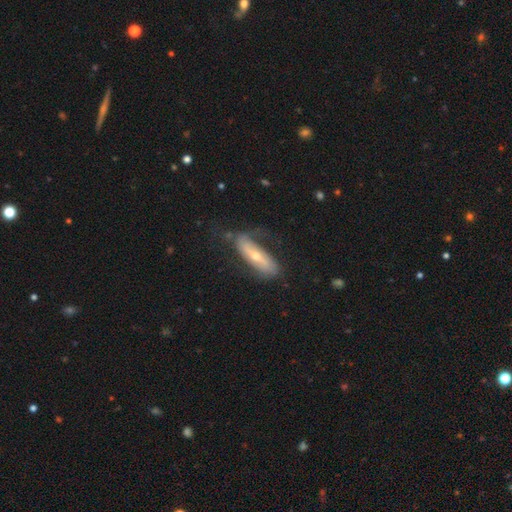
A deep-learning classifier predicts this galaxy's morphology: Smooth or featured? Predicted: featured or disk (p=0.61). Edge-on disk? Predicted: no (p=0.67). Merging? Predicted: none (p=0.56).